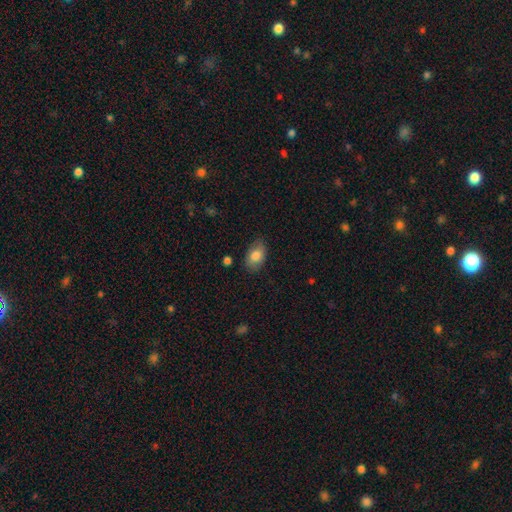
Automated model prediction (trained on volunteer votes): A smooth galaxy with no disk features (82%) that is in between round and cigar-shaped (91%).

Vote fractions:
- Smooth or featured? smooth: 82% / featured or disk: 11% / star or artifact: 7%
- How rounded? in between: 91% / round: 8% / cigar-shaped: 1%
- Merging? none: 80% / minor disturbance: 15% / major disturbance: 3% / merger: 2%